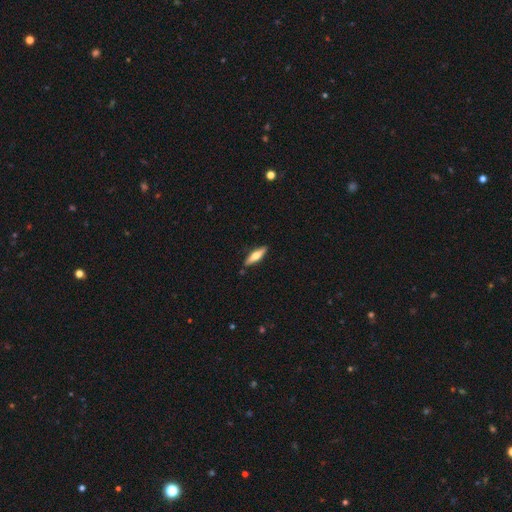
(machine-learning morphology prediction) Smooth or featured: smooth — 52% (featured or disk — 43%)
How rounded: cigar-shaped — 66% (in between — 32%)
Merging: none — 86% (minor disturbance — 10%)